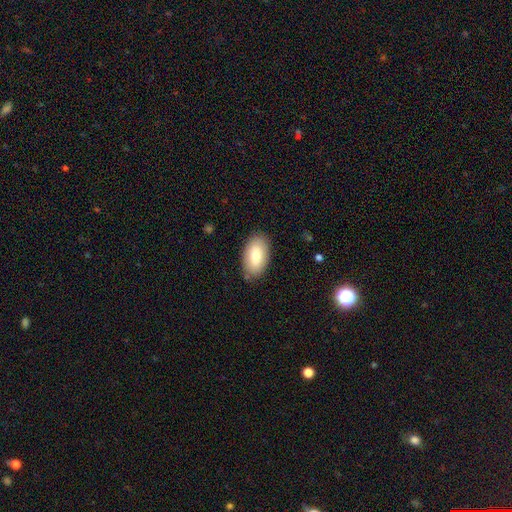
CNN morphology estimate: Q: Smooth or featured?
A: smooth (78%); runner-up: featured or disk (16%)
Q: How rounded?
A: in between (94%); runner-up: round (4%)
Q: Merging?
A: none (85%); runner-up: minor disturbance (11%)